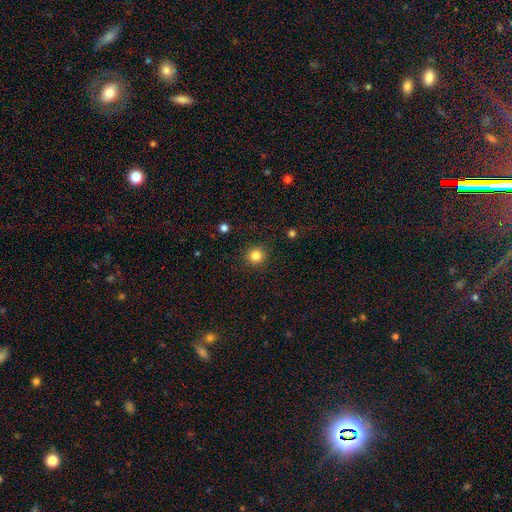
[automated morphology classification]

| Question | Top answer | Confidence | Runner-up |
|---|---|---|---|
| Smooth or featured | smooth | 83% | star or artifact (12%) |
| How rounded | round | 92% | in between (7%) |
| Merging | none | 91% | minor disturbance (6%) |